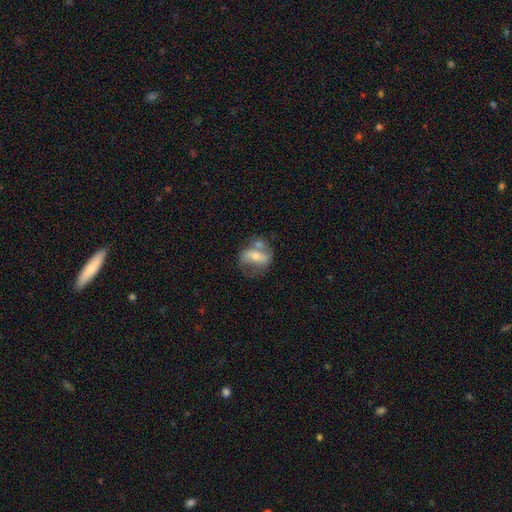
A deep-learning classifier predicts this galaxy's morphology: type=featured or disk (54%); edge-on=no (87%); merging=none (43%).